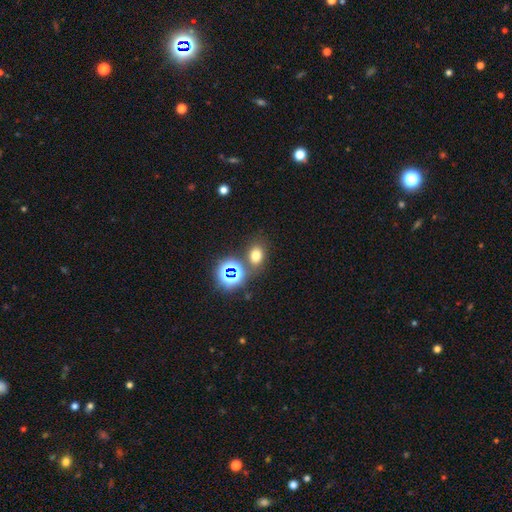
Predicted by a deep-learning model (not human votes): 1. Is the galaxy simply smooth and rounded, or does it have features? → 66% smooth, 26% star or artifact, 8% featured or disk.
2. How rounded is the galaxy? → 52% in between, 46% round, 1% cigar-shaped.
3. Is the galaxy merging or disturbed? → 73% none, 13% merger, 10% minor disturbance, 4% major disturbance.